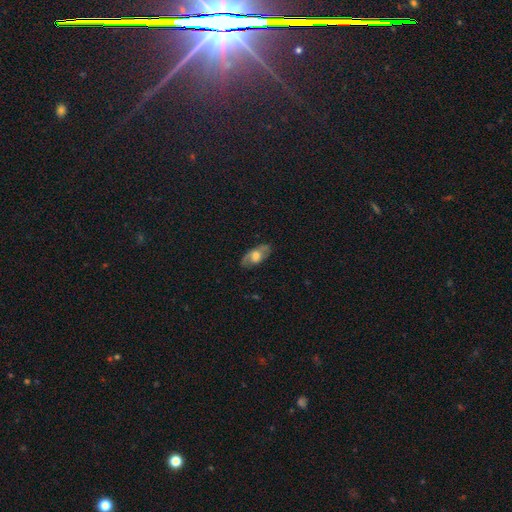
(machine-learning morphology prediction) A featured or disk galaxy (53%). Merging: none (77%).